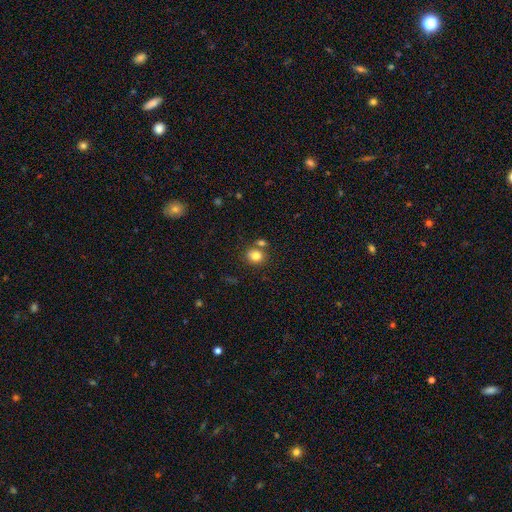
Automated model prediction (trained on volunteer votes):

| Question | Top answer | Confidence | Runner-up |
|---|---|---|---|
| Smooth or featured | smooth | 81% | star or artifact (11%) |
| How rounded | round | 69% | in between (30%) |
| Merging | none | 67% | merger (19%) |